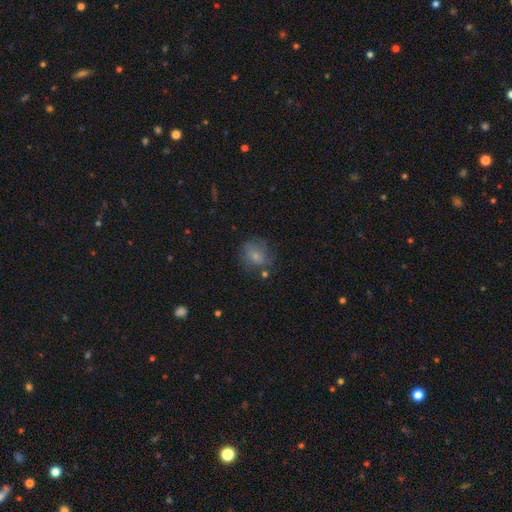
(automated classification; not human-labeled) smooth_or_featured: smooth (p=0.72) [alt: featured or disk p=0.17]
how_rounded: round (p=0.63) [alt: in between p=0.36]
merging: none (p=0.60) [alt: minor disturbance p=0.24]